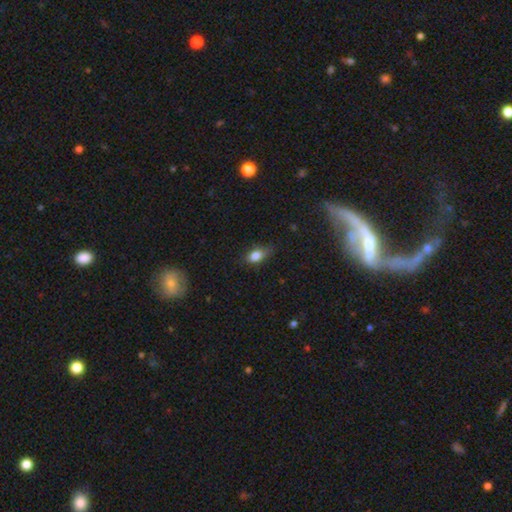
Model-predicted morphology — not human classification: Smooth or featured: smooth — 81% (star or artifact — 10%)
How rounded: in between — 80% (round — 14%)
Merging: none — 62% (minor disturbance — 30%)